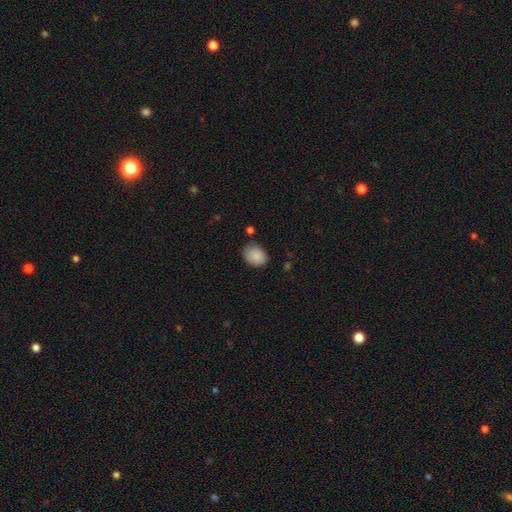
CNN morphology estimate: Overall: smooth (88%). How rounded: in between (63%; round 36%). Merging: none (74%).